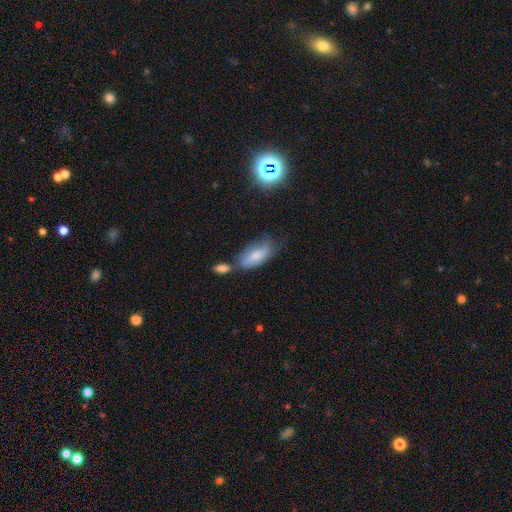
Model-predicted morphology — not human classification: smooth 75%, featured or disk 17%, star or artifact 8%. Down the decision tree: how rounded — in between (84%); merging — none (45%).